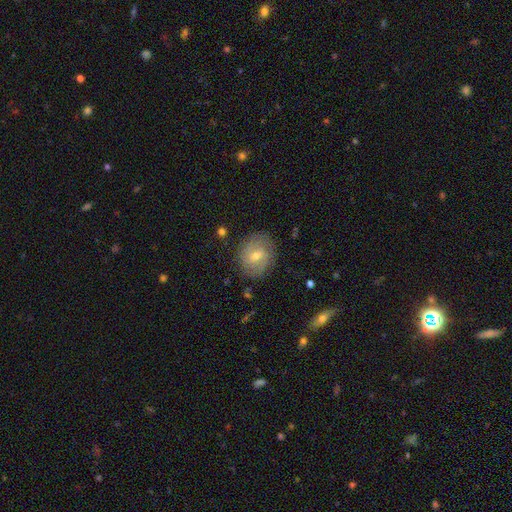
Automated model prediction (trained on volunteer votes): A featured or disk galaxy (55%) with a weak bar (57%), spiral arms (76%) and a small central bulge (49%). Merging: none (79%).